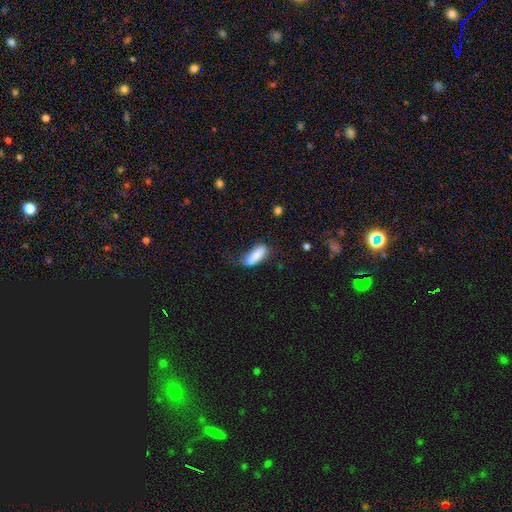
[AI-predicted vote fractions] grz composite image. It shows a smooth galaxy with no disk features (81%) that is in between round and cigar-shaped (75%). Merging: none (49%).